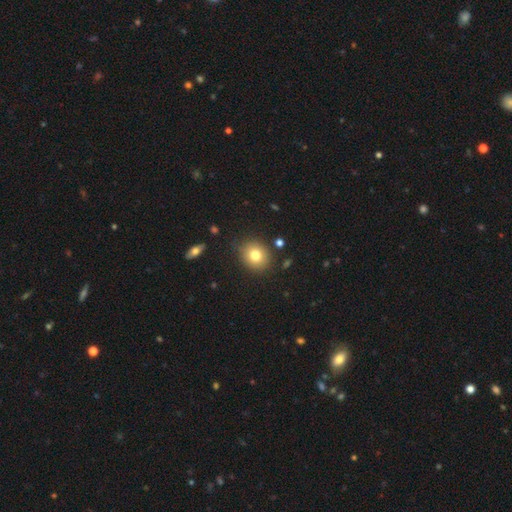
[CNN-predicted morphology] This is likely a smooth galaxy (75%). How rounded: likely round (75%). Merging: clearly none (86%).